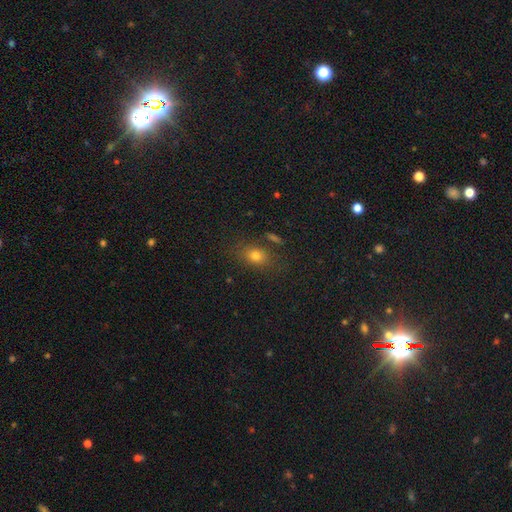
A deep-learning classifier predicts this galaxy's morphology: A smooth galaxy with no disk features (73%) that is in between round and cigar-shaped (64%). Merging: none (77%).